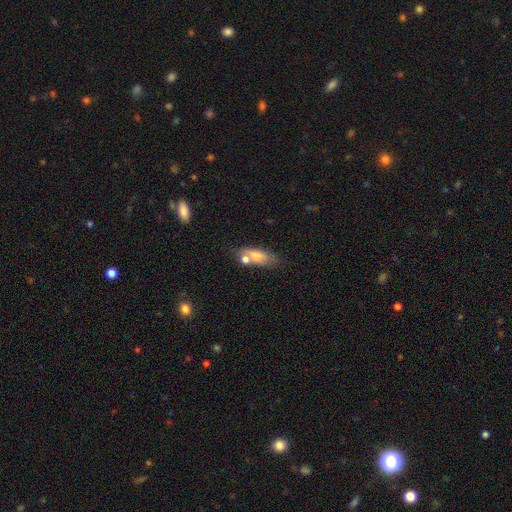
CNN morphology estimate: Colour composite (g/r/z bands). It shows a smooth galaxy with no disk features (70%) that is in between round and cigar-shaped (63%). Merging: none (55%).